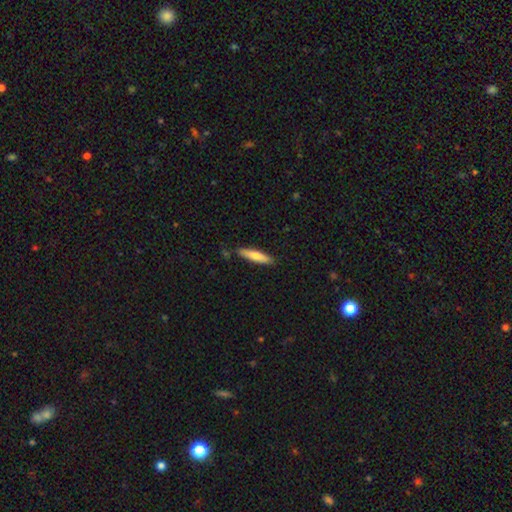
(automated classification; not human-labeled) This is likely a smooth galaxy (75%). How rounded: clearly cigar-shaped (83%). Merging: clearly none (85%).